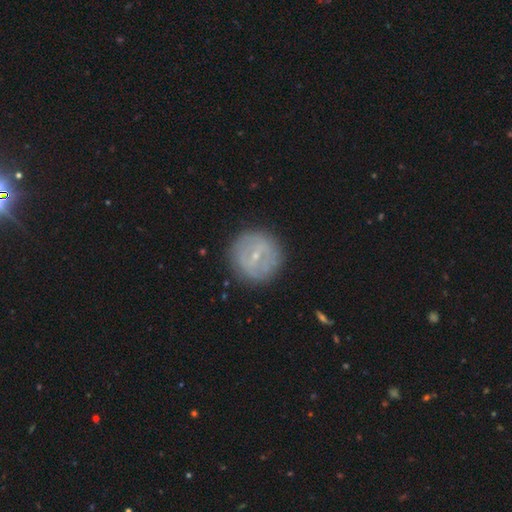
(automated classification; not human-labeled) A featured or disk galaxy (62%) with a weak bar (46%), no spiral arms (62%) and a small central bulge (79%).

Vote fractions:
- Smooth or featured? featured or disk: 62% / smooth: 29% / star or artifact: 9%
- Edge-on disk? no: 94% / yes: 6%
- Bar? weak: 46% / strong: 34% / no: 20%
- Spiral arms? no: 62% / yes: 38%
- Bulge size? small: 79% / moderate: 16% / none: 3% / large: 1% / dominant: 1%
- Merging? none: 85% / minor disturbance: 10% / major disturbance: 4% / merger: 1%